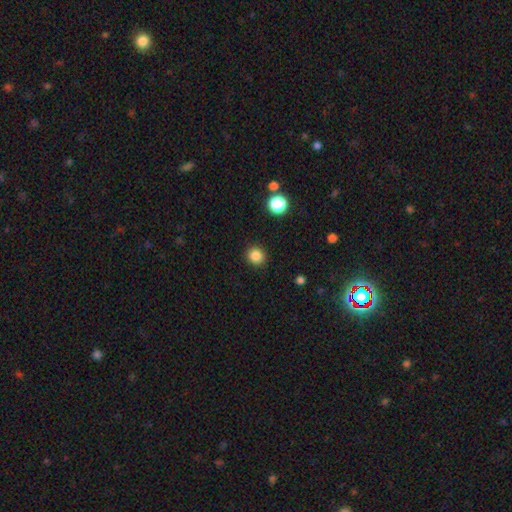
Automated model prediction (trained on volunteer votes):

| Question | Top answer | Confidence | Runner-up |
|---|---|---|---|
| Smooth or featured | smooth | 85% | star or artifact (11%) |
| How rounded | round | 89% | in between (10%) |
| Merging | none | 91% | minor disturbance (6%) |